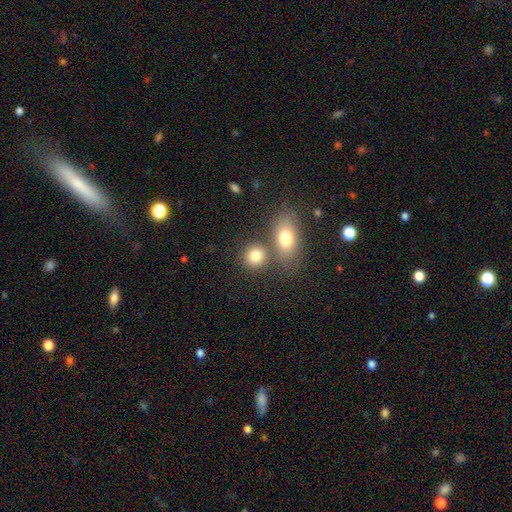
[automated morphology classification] Overall: smooth (80%). How rounded: round (71%). Merging: none (59%; merger 29%).